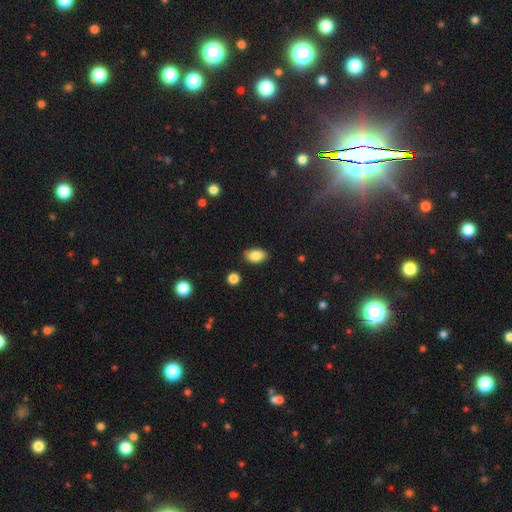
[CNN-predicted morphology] Smooth or featured? Predicted: smooth (p=0.85). How rounded? Predicted: in between (p=0.89). Merging? Predicted: none (p=0.83).